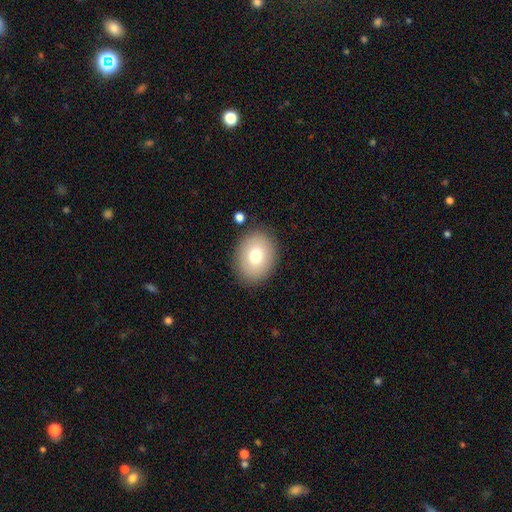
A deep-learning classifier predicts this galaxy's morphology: smooth 75%, featured or disk 16%, star or artifact 10%. Down the decision tree: how rounded — in between (52%); merging — none (86%).